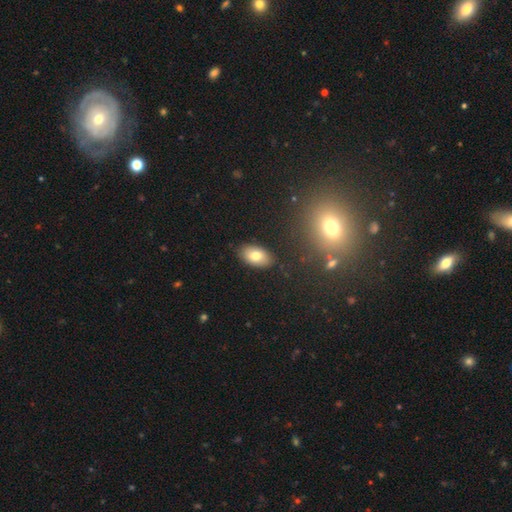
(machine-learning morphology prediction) smooth_or_featured: smooth (p=0.77) [alt: featured or disk p=0.14]
how_rounded: in between (p=0.93) [alt: round p=0.06]
merging: none (p=0.86) [alt: minor disturbance p=0.10]